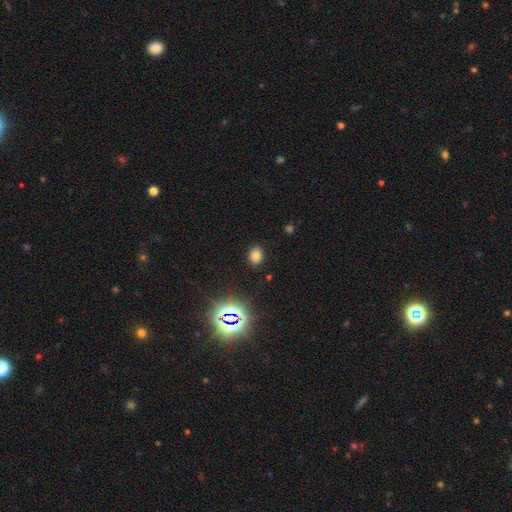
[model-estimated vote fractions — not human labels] The model was most divided on "how rounded": in between: 55%, round: 43%, cigar-shaped: 1%. More confident: merging — none (87%); smooth or featured — smooth (74%).